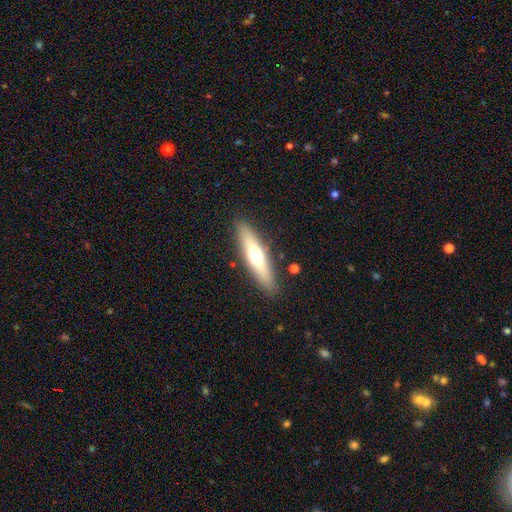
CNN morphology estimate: Q: Smooth or featured?
A: smooth (51%); runner-up: featured or disk (42%)
Q: How rounded?
A: cigar-shaped (76%); runner-up: in between (22%)
Q: Merging?
A: none (88%); runner-up: minor disturbance (9%)